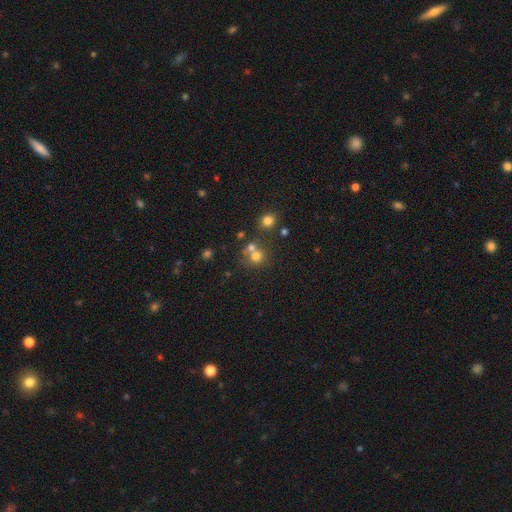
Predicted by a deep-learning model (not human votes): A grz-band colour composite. It shows a smooth galaxy with no disk features (68%) that is round (83%). Merging: none (50%).